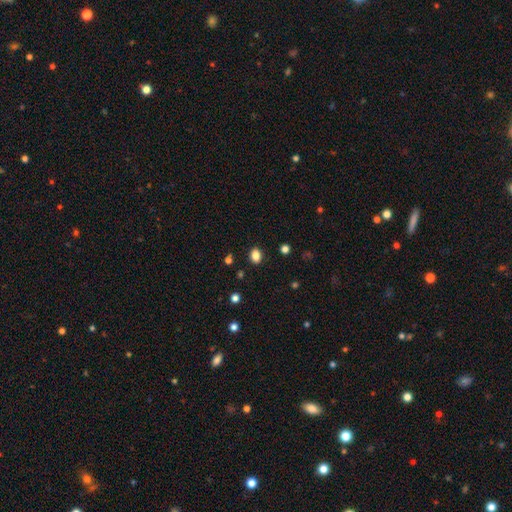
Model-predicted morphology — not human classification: smooth-or-featured: smooth: 84% | star or artifact: 11% | featured or disk: 4%
  how-rounded: in between: 64% | round: 35% | cigar-shaped: 1%
  merging: none: 88% | minor disturbance: 8% | major disturbance: 2% | merger: 2%